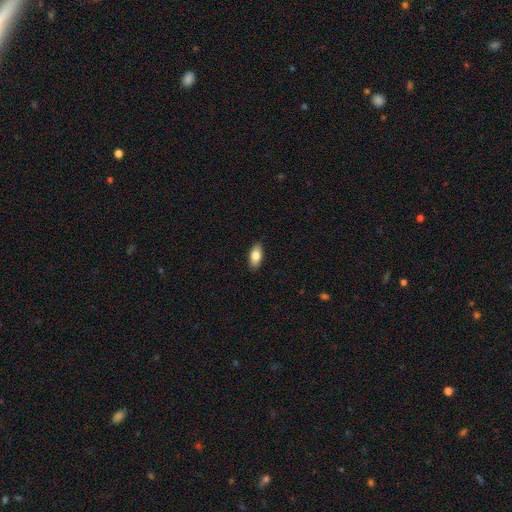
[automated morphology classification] smooth 81%, featured or disk 12%, star or artifact 6%. Down the decision tree: how rounded — in between (89%); merging — none (89%).